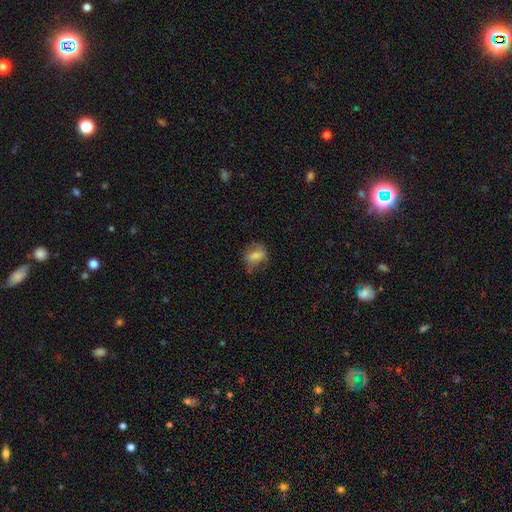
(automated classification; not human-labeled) smooth-or-featured: smooth: 69% | featured or disk: 21% | star or artifact: 10%
  how-rounded: in between: 63% | round: 34% | cigar-shaped: 3%
  merging: none: 58% | minor disturbance: 26% | major disturbance: 14% | merger: 2%